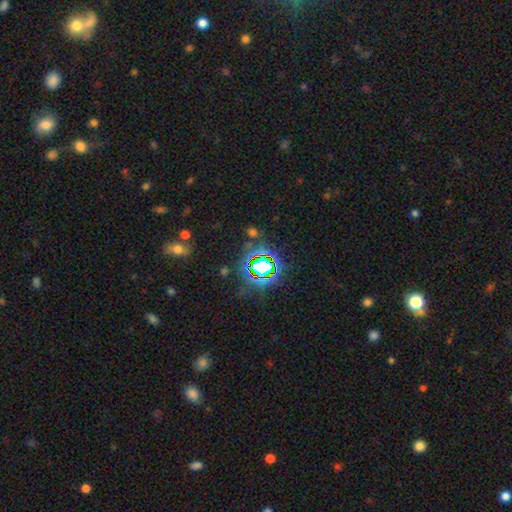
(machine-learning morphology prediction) Smooth or featured: star or artifact — 78% (smooth — 13%)